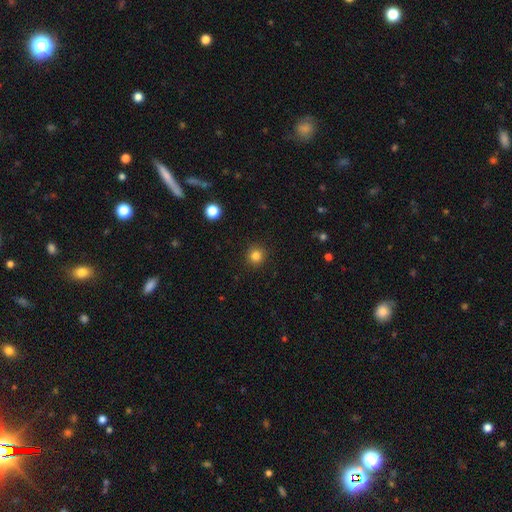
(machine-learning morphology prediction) Smooth or featured?
  - smooth: 83% *
  - star or artifact: 12%
  - featured or disk: 5%
How rounded?
  - round: 93% *
  - in between: 6%
  - cigar-shaped: 1%
Merging?
  - none: 91% *
  - minor disturbance: 6%
  - major disturbance: 2%
  - merger: 1%